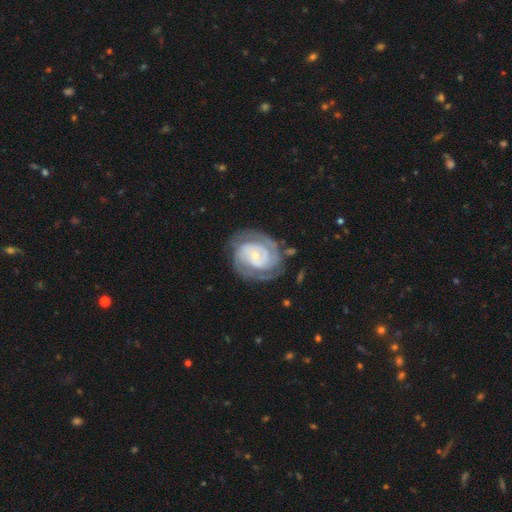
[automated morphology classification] Smooth or featured?
  - featured or disk: 85% *
  - smooth: 11%
  - star or artifact: 5%
Edge-on disk?
  - no: 98% *
  - yes: 2%
Bar?
  - no: 69% *
  - weak: 23%
  - strong: 7%
Spiral arms?
  - yes: 93% *
  - no: 7%
Spiral winding?
  - tight: 70% *
  - medium: 24%
  - loose: 6%
Spiral arm count?
  - 2: 49% *
  - can't tell: 23%
  - 3: 15%
  - 4: 5%
  - 1: 5%
  - more than 4: 4%
Bulge size?
  - small: 65% *
  - moderate: 31%
  - large: 2%
  - none: 1%
  - dominant: 1%
Merging?
  - none: 73% *
  - minor disturbance: 17%
  - major disturbance: 9%
  - merger: 2%